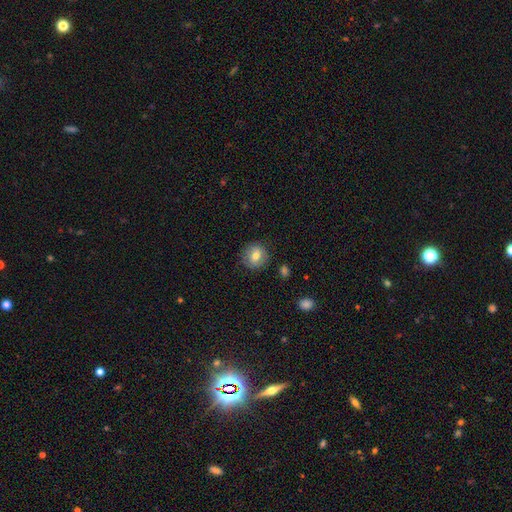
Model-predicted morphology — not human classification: A smooth galaxy with no disk features (71%) that is round (87%).

Vote fractions:
- Smooth or featured? smooth: 71% / featured or disk: 21% / star or artifact: 9%
- How rounded? round: 87% / in between: 12% / cigar-shaped: 1%
- Merging? none: 84% / minor disturbance: 11% / major disturbance: 3% / merger: 1%